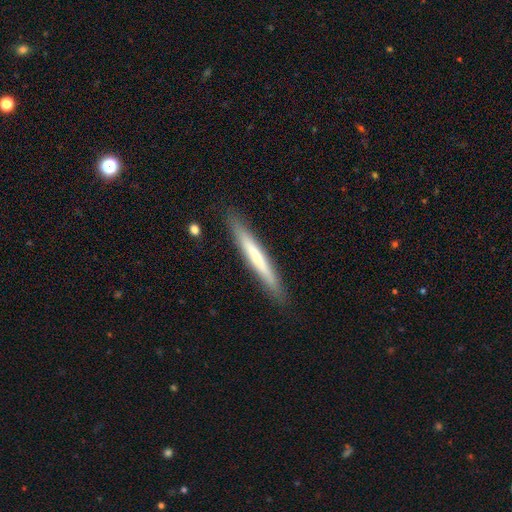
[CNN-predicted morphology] Q: Smooth or featured?
A: smooth (53%); runner-up: featured or disk (41%)
Q: How rounded?
A: cigar-shaped (97%); runner-up: in between (2%)
Q: Merging?
A: none (89%); runner-up: minor disturbance (8%)